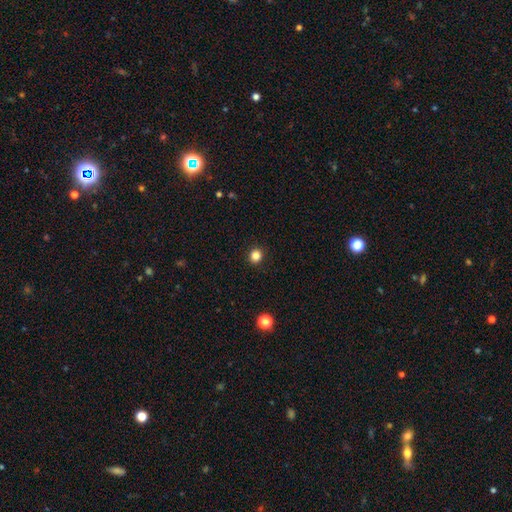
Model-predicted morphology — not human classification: type=smooth (84%); roundness=round (88%); merging=none (92%).